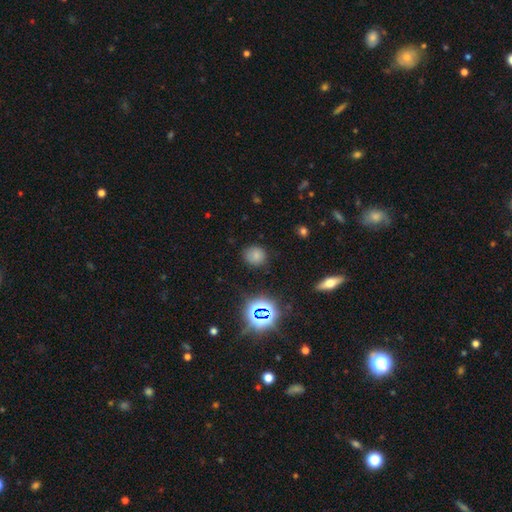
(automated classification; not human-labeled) Smooth or featured: smooth — 71% (star or artifact — 21%)
How rounded: round — 78% (in between — 21%)
Merging: none — 81% (minor disturbance — 13%)